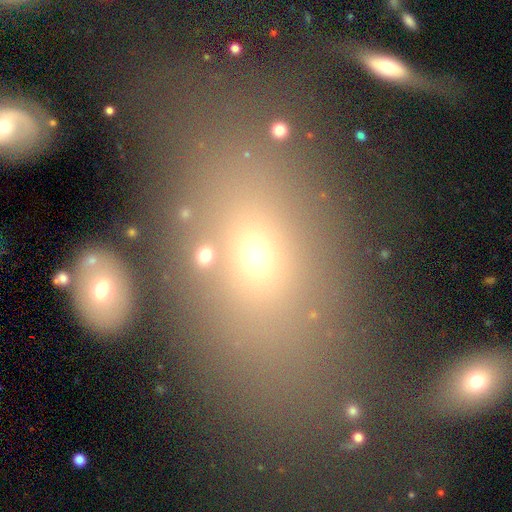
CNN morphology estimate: Smooth or featured? smooth (64%)
How rounded? in between (77%)
Merging? none (68%)